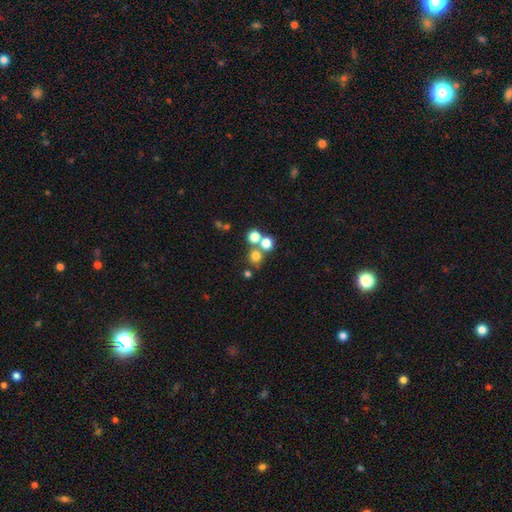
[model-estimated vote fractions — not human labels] Morphology: type=smooth (70%); roundness=round (88%); merging=none (57%).